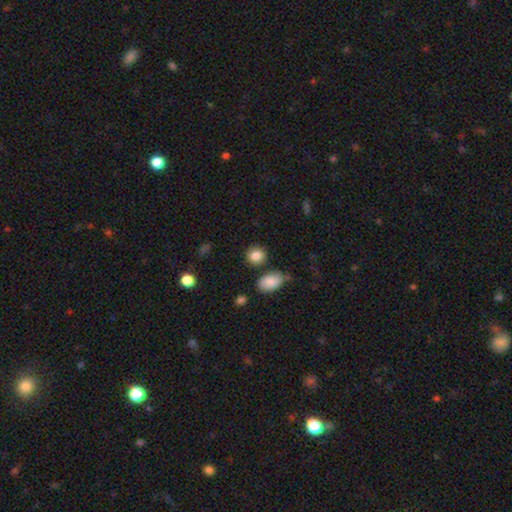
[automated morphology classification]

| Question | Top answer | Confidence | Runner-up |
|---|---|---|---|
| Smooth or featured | smooth | 86% | star or artifact (8%) |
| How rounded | round | 74% | in between (25%) |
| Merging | none | 80% | minor disturbance (11%) |